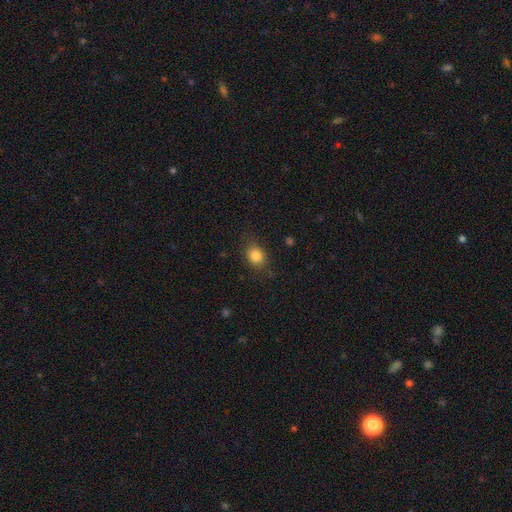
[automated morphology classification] Smooth or featured: smooth — 84% (star or artifact — 10%)
How rounded: round — 50% (in between — 49%)
Merging: none — 81% (minor disturbance — 14%)